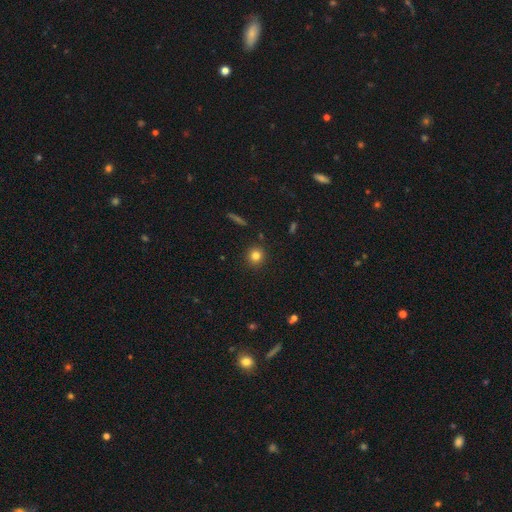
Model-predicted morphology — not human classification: smooth_or_featured: smooth (p=0.80) [alt: star or artifact p=0.13]
how_rounded: round (p=0.92) [alt: in between p=0.07]
merging: none (p=0.90) [alt: minor disturbance p=0.06]